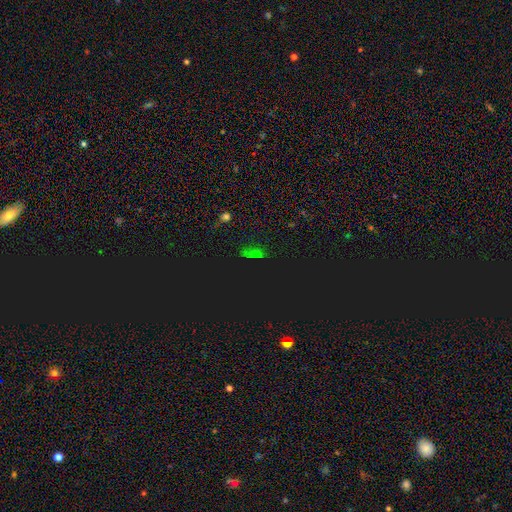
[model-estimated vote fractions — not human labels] smooth_or_featured: star or artifact (p=0.63) [alt: smooth p=0.29]